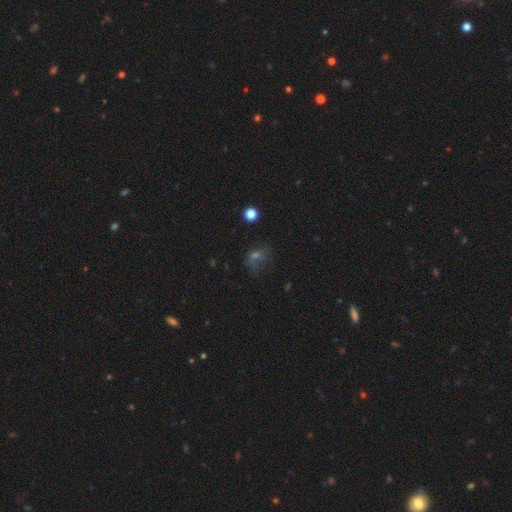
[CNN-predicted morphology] Smooth or featured? smooth (42%)
Merging? none (45%)